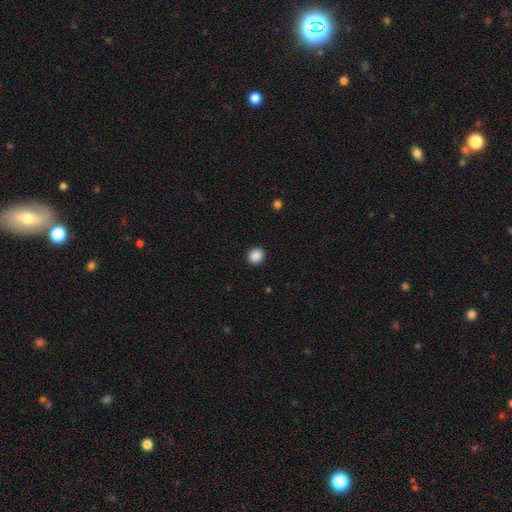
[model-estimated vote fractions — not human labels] Smooth or featured? smooth (89%)
How rounded? round (79%)
Merging? none (91%)